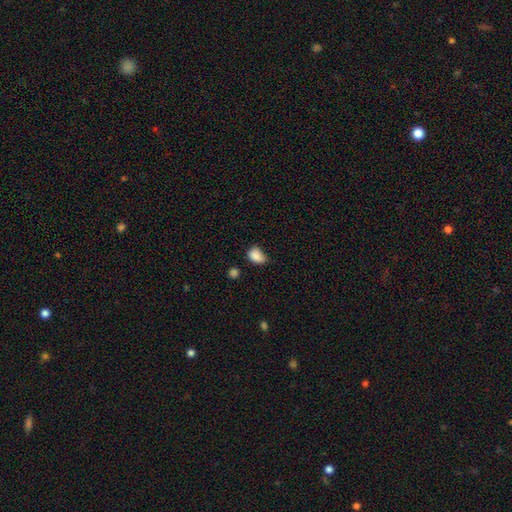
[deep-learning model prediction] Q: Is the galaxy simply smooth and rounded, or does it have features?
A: smooth — 86%.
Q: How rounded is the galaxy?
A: in between — 71%.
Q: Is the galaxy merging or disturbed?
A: none — 50%.